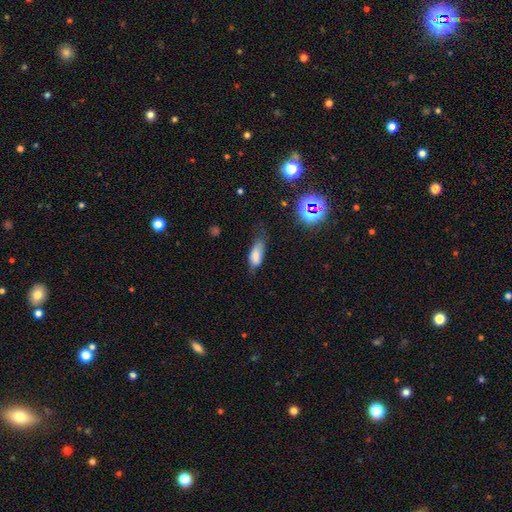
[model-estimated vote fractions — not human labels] A smooth galaxy with no disk features (75%) that is in between round and cigar-shaped (78%).

Vote fractions:
- Smooth or featured? smooth: 75% / featured or disk: 14% / star or artifact: 11%
- How rounded? in between: 78% / cigar-shaped: 19% / round: 3%
- Merging? none: 48% / minor disturbance: 35% / major disturbance: 14% / merger: 2%